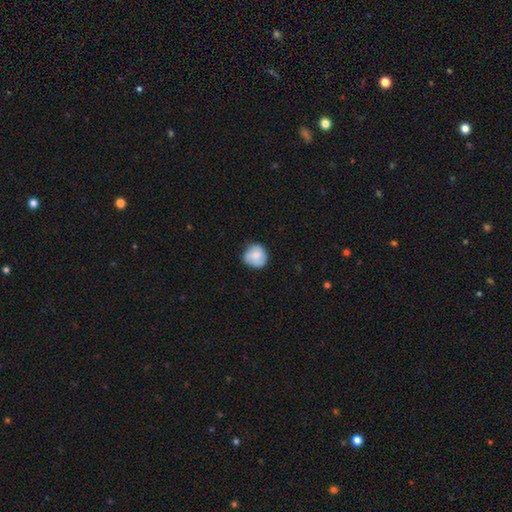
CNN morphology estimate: A smooth galaxy with no disk features (70%) that is round (87%).

Vote fractions:
- Smooth or featured? smooth: 70% / featured or disk: 23% / star or artifact: 7%
- How rounded? round: 87% / in between: 12% / cigar-shaped: 1%
- Merging? none: 73% / minor disturbance: 22% / major disturbance: 4% / merger: 1%